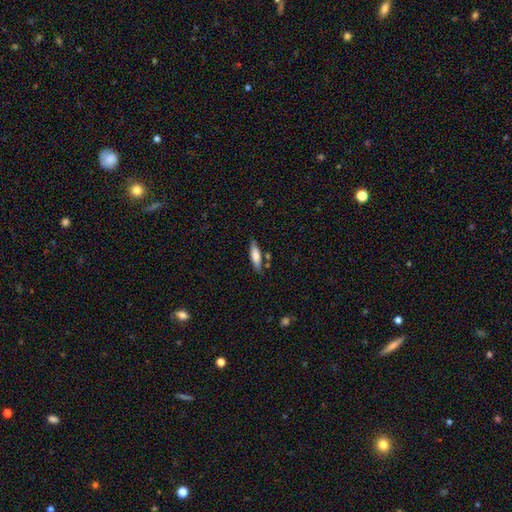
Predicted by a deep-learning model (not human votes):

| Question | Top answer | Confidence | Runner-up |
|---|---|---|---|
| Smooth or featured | smooth | 76% | featured or disk (18%) |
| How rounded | cigar-shaped | 56% | in between (42%) |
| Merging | none | 78% | minor disturbance (14%) |